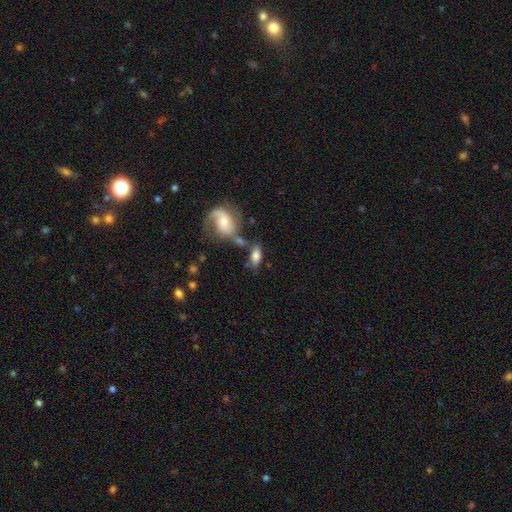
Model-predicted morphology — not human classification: Smooth or featured? Predicted: smooth (p=0.71). How rounded? Predicted: in between (p=0.84). Merging? Predicted: none (p=0.58).